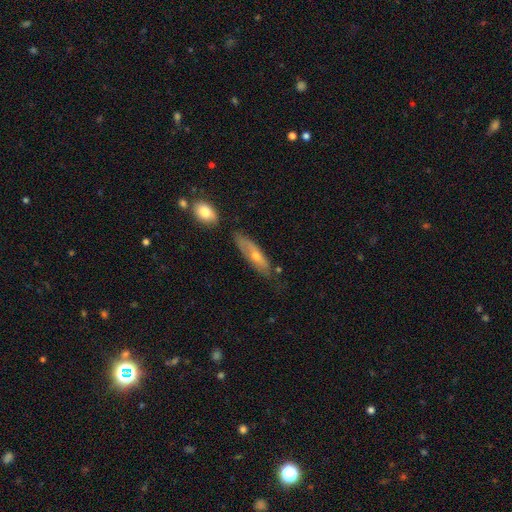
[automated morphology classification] Smooth or featured?
  - featured or disk: 50% *
  - smooth: 43%
  - star or artifact: 7%
Merging?
  - none: 63% *
  - minor disturbance: 25%
  - major disturbance: 7%
  - merger: 5%